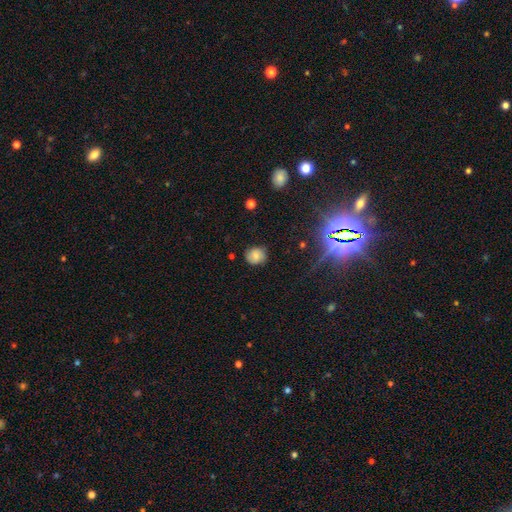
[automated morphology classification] smooth 74%, featured or disk 14%, star or artifact 13%. Down the decision tree: how rounded — round (74%); merging — none (79%).